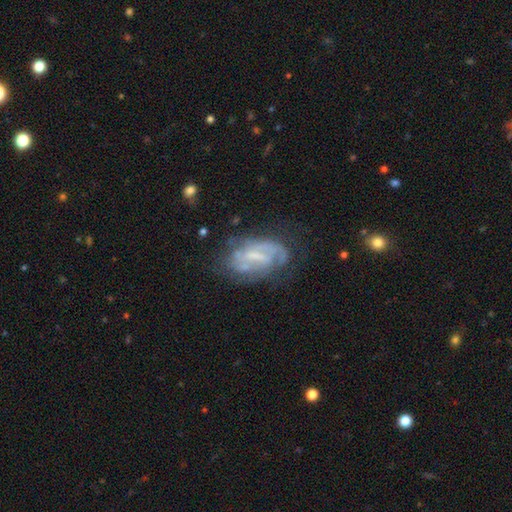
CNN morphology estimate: This appears to be a featured or disk galaxy (73%) with a weak bar (46%), spiral arms (72%) and a small central bulge (40%). Merging: none (56%).